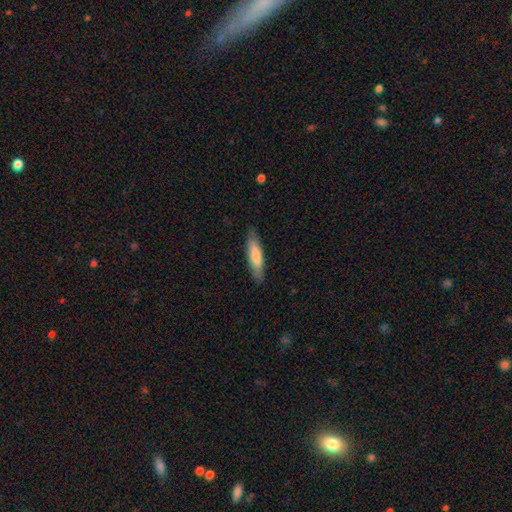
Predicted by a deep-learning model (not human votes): This is likely a smooth galaxy (70%). How rounded: likely cigar-shaped (75%). Merging: clearly none (86%).